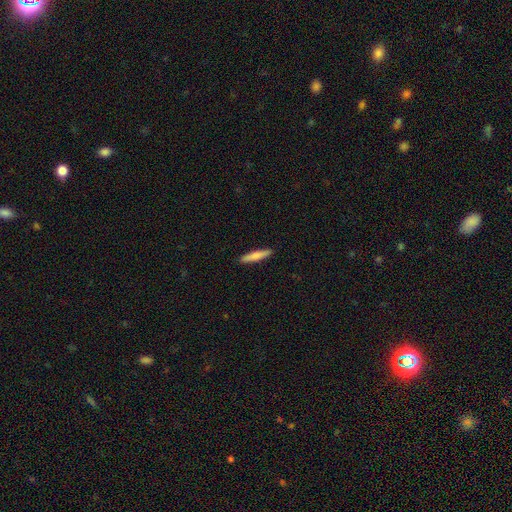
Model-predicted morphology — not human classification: Q: Smooth or featured?
A: smooth (76%); runner-up: featured or disk (19%)
Q: How rounded?
A: cigar-shaped (91%); runner-up: in between (8%)
Q: Merging?
A: none (92%); runner-up: minor disturbance (6%)